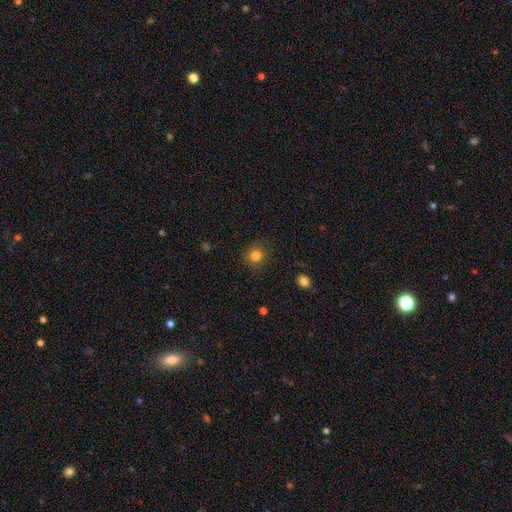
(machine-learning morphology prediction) Overall: smooth (82%). How rounded: round (88%). Merging: none (85%).